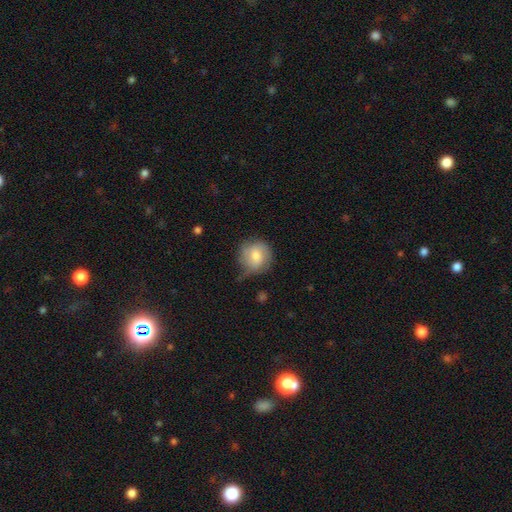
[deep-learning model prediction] Overall: smooth (61%; featured or disk 32%). How rounded: round (86%). Merging: none (56%; minor disturbance 32%).